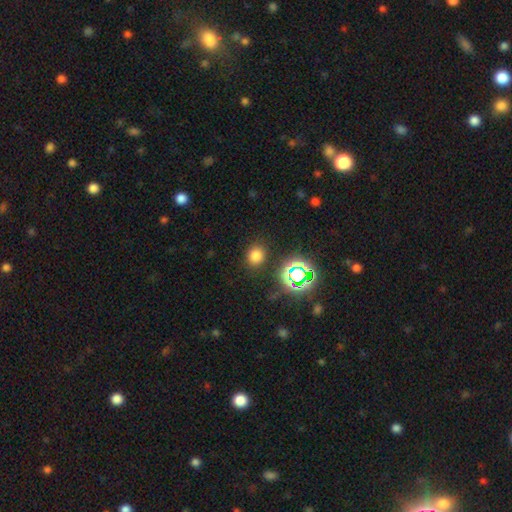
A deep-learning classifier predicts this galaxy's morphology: smooth-or-featured: smooth: 73% | star or artifact: 21% | featured or disk: 6%
  how-rounded: round: 72% | in between: 27% | cigar-shaped: 1%
  merging: none: 87% | minor disturbance: 8% | major disturbance: 3% | merger: 2%